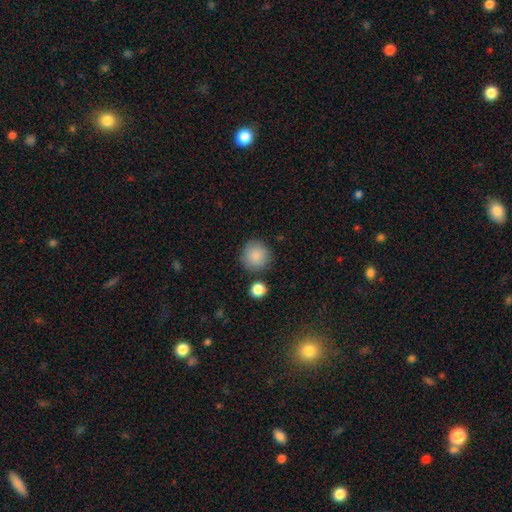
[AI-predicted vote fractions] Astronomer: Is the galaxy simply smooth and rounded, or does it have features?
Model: smooth — 87%.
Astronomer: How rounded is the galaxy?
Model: round — 93%.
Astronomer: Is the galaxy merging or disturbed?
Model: none — 82%.